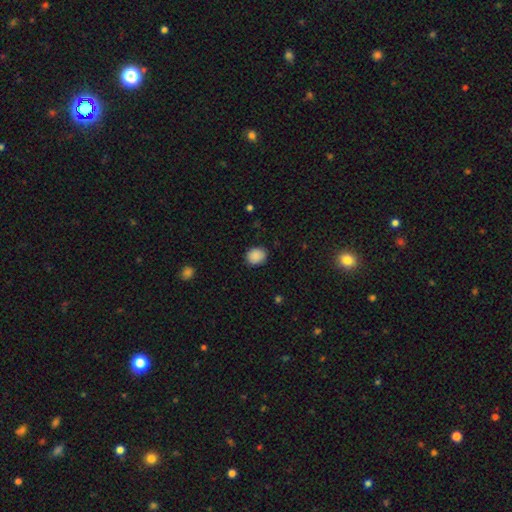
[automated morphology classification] The model was most divided on "how rounded": round: 63%, in between: 37%, cigar-shaped: 1%. More confident: smooth or featured — smooth (89%); merging — none (87%).